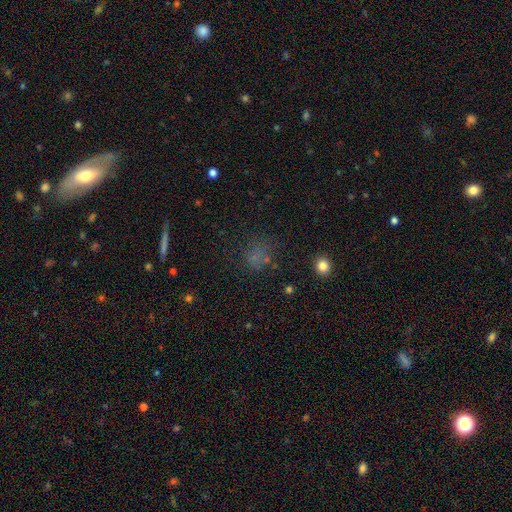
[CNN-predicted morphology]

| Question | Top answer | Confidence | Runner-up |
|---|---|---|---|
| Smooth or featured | smooth | 55% | star or artifact (32%) |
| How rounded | round | 71% | in between (26%) |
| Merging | none | 67% | minor disturbance (17%) |